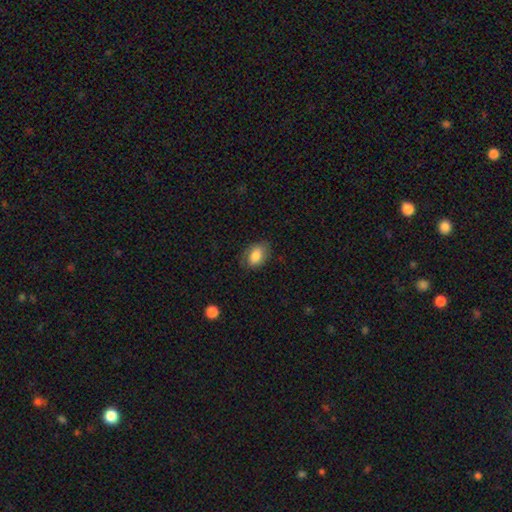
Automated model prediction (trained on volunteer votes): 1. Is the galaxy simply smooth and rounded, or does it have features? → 81% smooth, 11% featured or disk, 7% star or artifact.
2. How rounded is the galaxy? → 84% in between, 15% round, 1% cigar-shaped.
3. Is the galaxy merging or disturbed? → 77% none, 17% minor disturbance, 5% major disturbance, 1% merger.